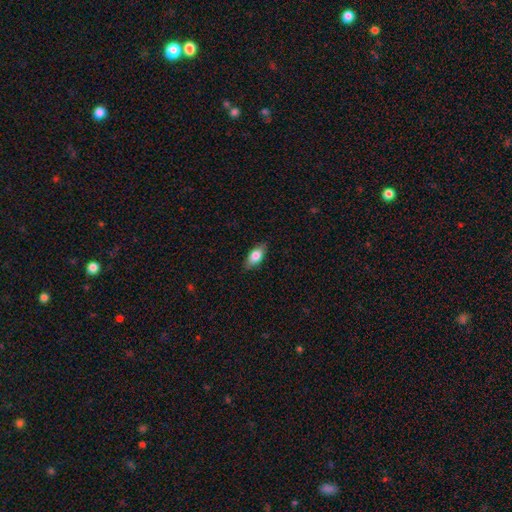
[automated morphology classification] Q: Smooth or featured?
A: smooth (75%); runner-up: featured or disk (18%)
Q: How rounded?
A: in between (83%); runner-up: cigar-shaped (13%)
Q: Merging?
A: none (86%); runner-up: minor disturbance (11%)